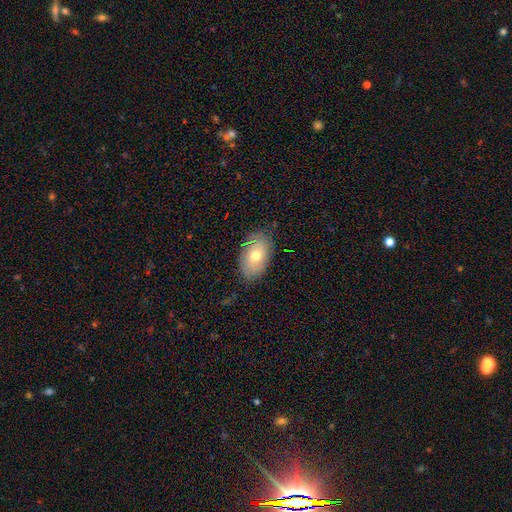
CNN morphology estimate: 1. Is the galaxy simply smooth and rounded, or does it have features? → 66% smooth, 25% featured or disk, 8% star or artifact.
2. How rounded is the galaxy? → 91% in between, 7% round, 2% cigar-shaped.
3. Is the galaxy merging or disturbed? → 80% none, 15% minor disturbance, 3% major disturbance, 1% merger.